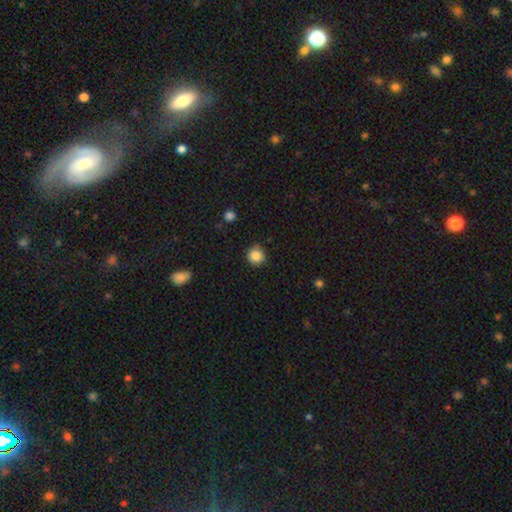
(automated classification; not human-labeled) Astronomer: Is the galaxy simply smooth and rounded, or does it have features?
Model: smooth — 86%.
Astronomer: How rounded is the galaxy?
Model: round — 93%.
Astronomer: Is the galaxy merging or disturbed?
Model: none — 87%.